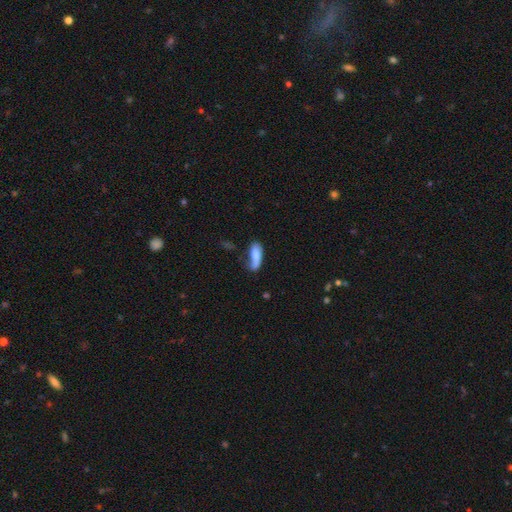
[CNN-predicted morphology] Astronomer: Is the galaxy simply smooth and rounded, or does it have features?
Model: smooth — 76%.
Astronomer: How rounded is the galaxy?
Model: in between — 67%.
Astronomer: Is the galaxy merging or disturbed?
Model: none — 45% (runner-up: minor disturbance, 29%).